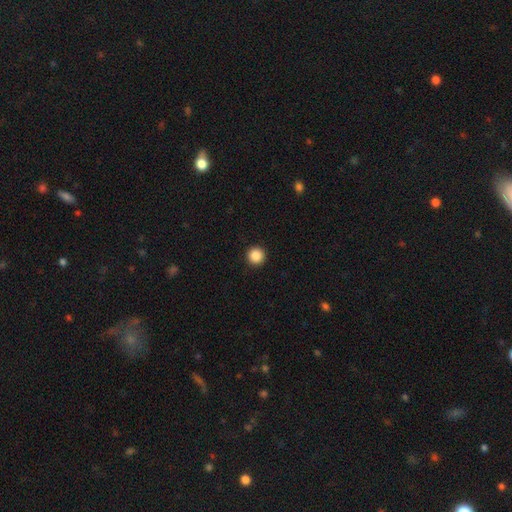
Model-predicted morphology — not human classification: Smooth or featured: smooth — 87% (star or artifact — 10%)
How rounded: round — 96% (in between — 3%)
Merging: none — 94% (minor disturbance — 4%)